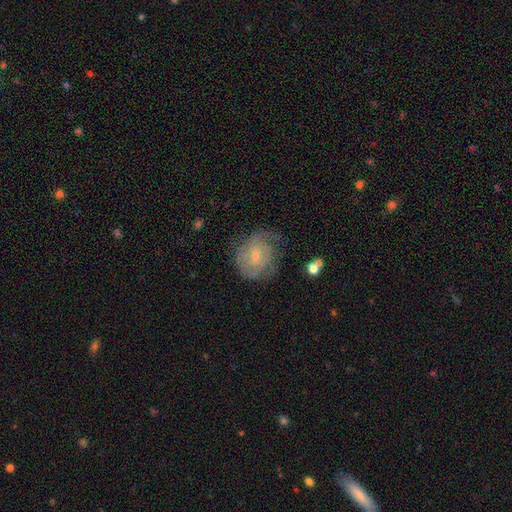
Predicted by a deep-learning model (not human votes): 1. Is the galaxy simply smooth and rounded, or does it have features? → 69% featured or disk, 23% smooth, 7% star or artifact.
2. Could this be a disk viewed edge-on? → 97% no, 3% yes.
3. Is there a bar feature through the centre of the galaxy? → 56% no, 39% weak, 6% strong.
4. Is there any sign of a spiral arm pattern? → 89% yes, 11% no.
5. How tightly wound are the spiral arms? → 55% tight, 33% medium, 12% loose.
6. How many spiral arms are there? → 40% can't tell, 24% 2, 18% 3, 8% 1, 7% 4, 4% more than 4.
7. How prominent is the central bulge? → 67% small, 28% moderate, 3% none, 1% large, 1% dominant.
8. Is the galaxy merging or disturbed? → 57% none, 25% minor disturbance, 16% major disturbance, 2% merger.